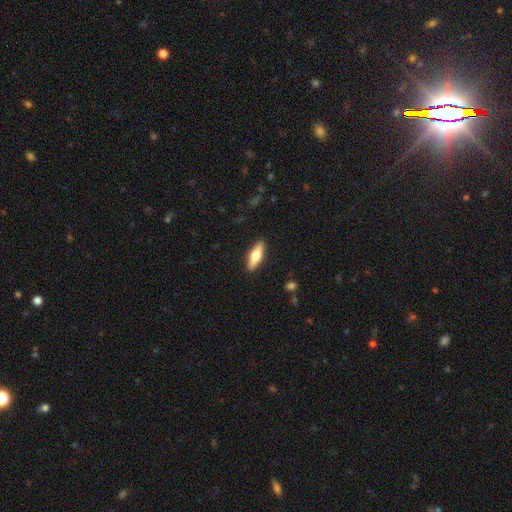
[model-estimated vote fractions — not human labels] Q: Smooth or featured?
A: smooth (60%); runner-up: featured or disk (34%)
Q: How rounded?
A: in between (52%); runner-up: cigar-shaped (46%)
Q: Merging?
A: none (89%); runner-up: minor disturbance (8%)